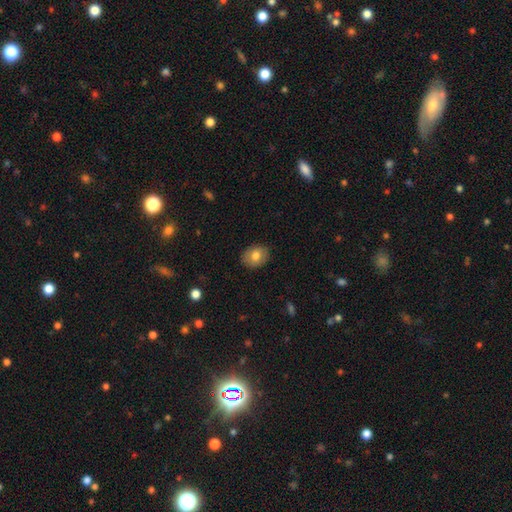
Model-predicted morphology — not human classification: A smooth galaxy with no disk features (77%) that is in between round and cigar-shaped (54%). Merging: none (87%).